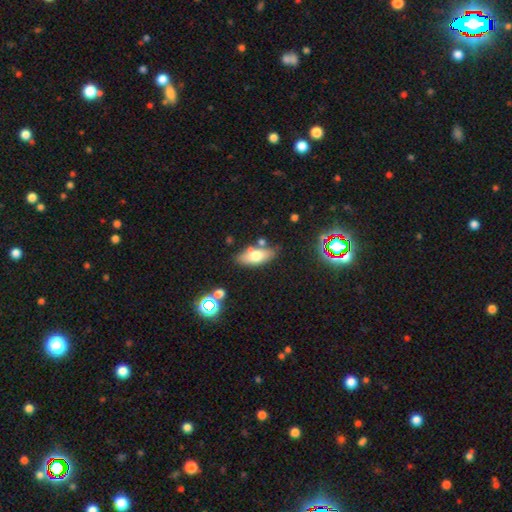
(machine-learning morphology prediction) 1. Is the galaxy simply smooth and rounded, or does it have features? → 66% smooth, 25% featured or disk, 10% star or artifact.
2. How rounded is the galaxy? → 81% in between, 15% cigar-shaped, 4% round.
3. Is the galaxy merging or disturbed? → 72% none, 15% minor disturbance, 9% merger, 4% major disturbance.